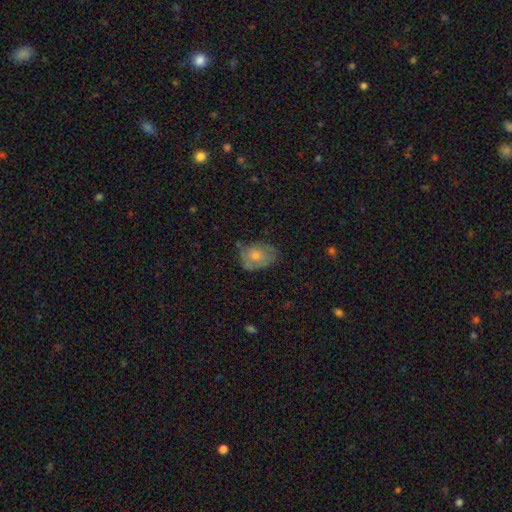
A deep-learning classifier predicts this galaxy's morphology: smooth_or_featured: smooth (p=0.50) [alt: featured or disk p=0.40]
how_rounded: in between (p=0.67) [alt: round p=0.32]
merging: none (p=0.59) [alt: minor disturbance p=0.29]